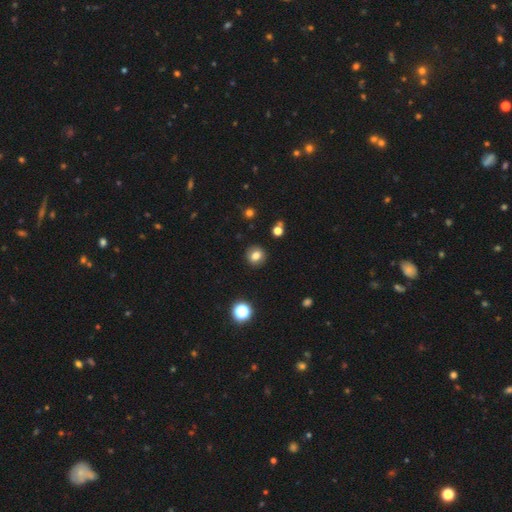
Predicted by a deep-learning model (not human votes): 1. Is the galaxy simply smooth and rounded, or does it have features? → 78% smooth, 12% star or artifact, 10% featured or disk.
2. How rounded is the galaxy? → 81% round, 18% in between, 1% cigar-shaped.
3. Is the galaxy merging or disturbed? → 89% none, 7% minor disturbance, 2% major disturbance, 2% merger.